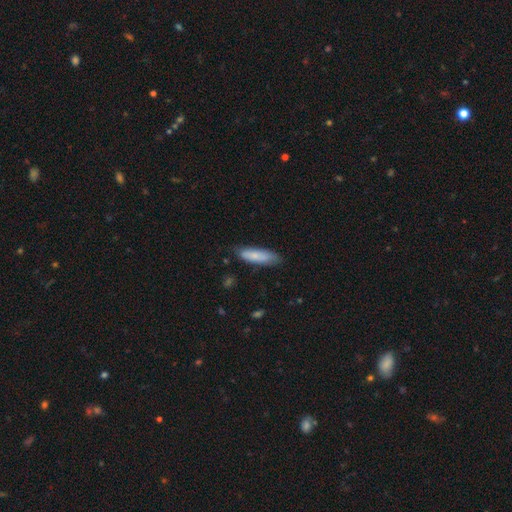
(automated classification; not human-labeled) A smooth galaxy with no disk features (82%) that is cigar-shaped (60%).

Vote fractions:
- Smooth or featured? smooth: 82% / featured or disk: 12% / star or artifact: 6%
- How rounded? cigar-shaped: 60% / in between: 39% / round: 2%
- Merging? none: 78% / minor disturbance: 18% / major disturbance: 3% / merger: 1%